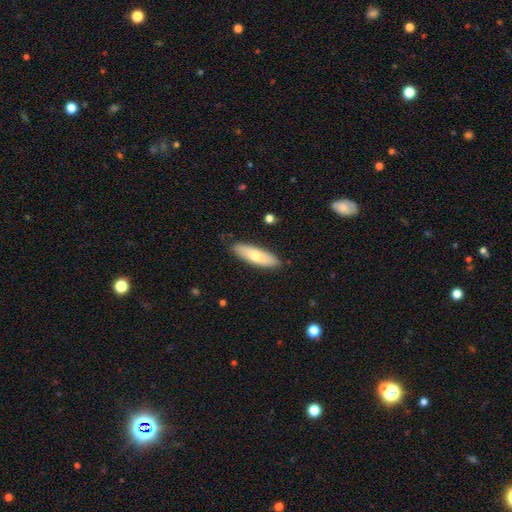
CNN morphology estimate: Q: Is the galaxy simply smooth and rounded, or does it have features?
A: smooth — 70%.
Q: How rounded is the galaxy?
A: in between — 49%, tied with cigar-shaped.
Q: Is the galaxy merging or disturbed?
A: none — 87%.